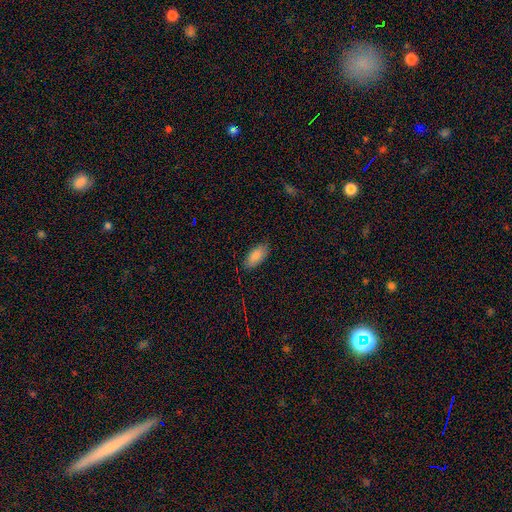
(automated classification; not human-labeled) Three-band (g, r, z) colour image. It shows a smooth galaxy with no disk features (86%) that is in between round and cigar-shaped (90%). Merging: none (82%).